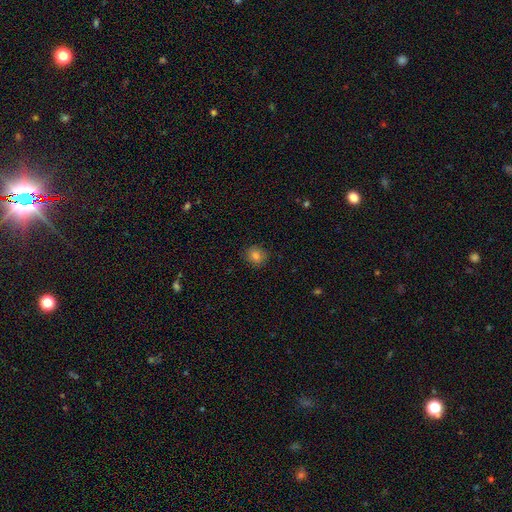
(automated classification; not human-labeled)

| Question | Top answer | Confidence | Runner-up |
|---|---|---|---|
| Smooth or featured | smooth | 81% | star or artifact (12%) |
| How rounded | round | 82% | in between (17%) |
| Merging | none | 88% | minor disturbance (9%) |